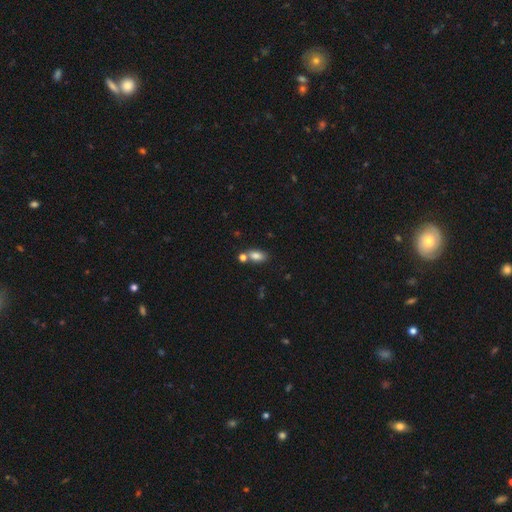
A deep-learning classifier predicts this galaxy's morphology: Q: Smooth or featured?
A: smooth (81%); runner-up: star or artifact (10%)
Q: How rounded?
A: in between (86%); runner-up: round (9%)
Q: Merging?
A: none (56%); runner-up: merger (28%)